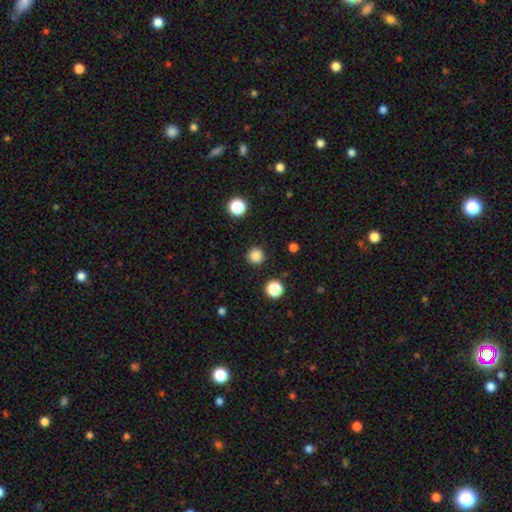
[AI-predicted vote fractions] smooth_or_featured: smooth (p=0.84) [alt: star or artifact p=0.13]
how_rounded: round (p=0.96) [alt: in between p=0.03]
merging: none (p=0.92) [alt: minor disturbance p=0.05]